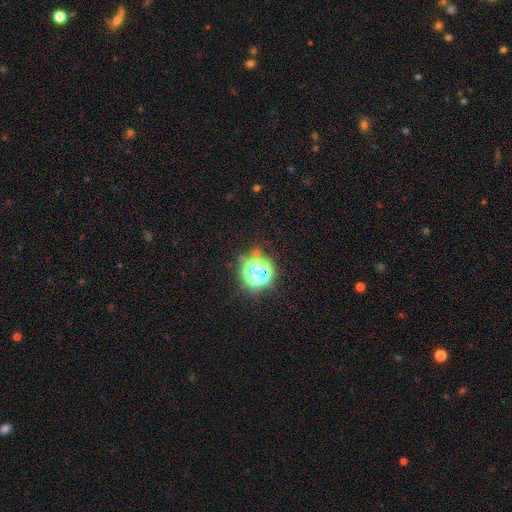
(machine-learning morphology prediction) Smooth or featured? star or artifact (71%)